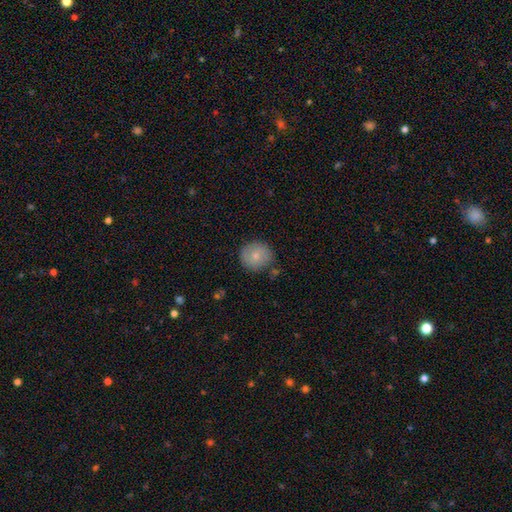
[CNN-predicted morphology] smooth-or-featured: smooth: 75% | featured or disk: 17% | star or artifact: 8%
  how-rounded: round: 91% | in between: 8% | cigar-shaped: 1%
  merging: none: 82% | minor disturbance: 12% | merger: 3% | major disturbance: 3%